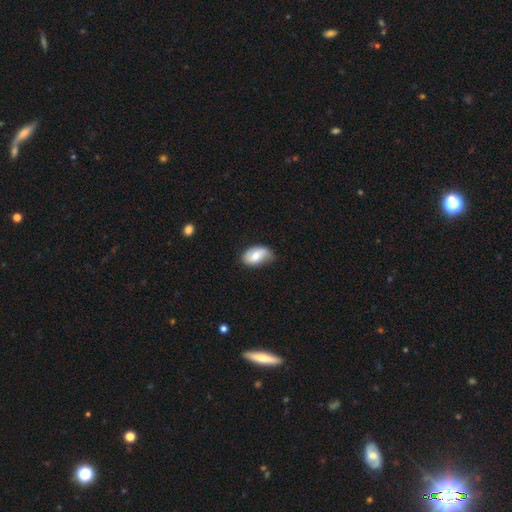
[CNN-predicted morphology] Smooth or featured: smooth — 58% (featured or disk — 35%)
How rounded: in between — 90% (round — 9%)
Merging: none — 55% (minor disturbance — 35%)